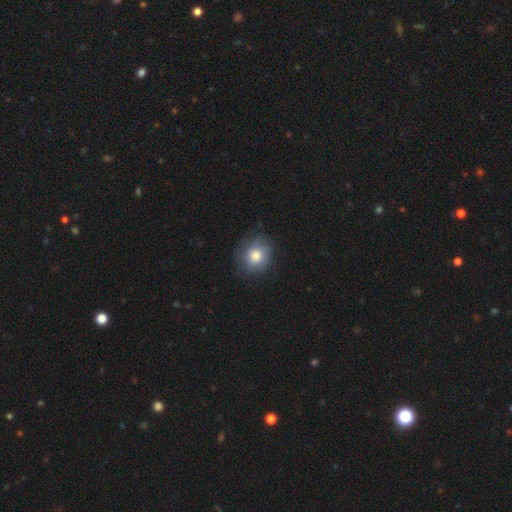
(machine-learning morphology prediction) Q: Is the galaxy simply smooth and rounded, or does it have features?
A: smooth — 75%.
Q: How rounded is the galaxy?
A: round — 78%.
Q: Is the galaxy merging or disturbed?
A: none — 74%.